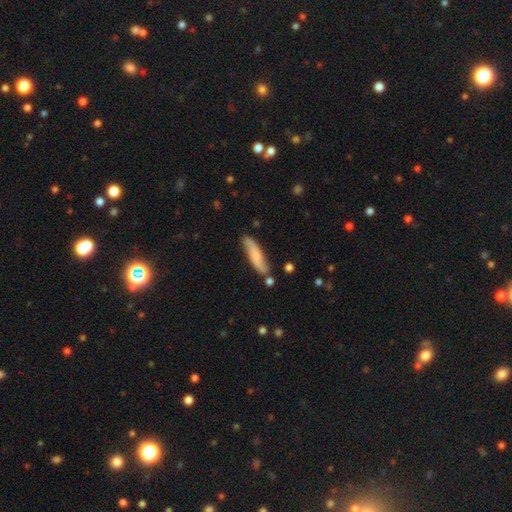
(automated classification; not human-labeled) Morphology: type=smooth (56%); roundness=cigar-shaped (74%); merging=none (75%).